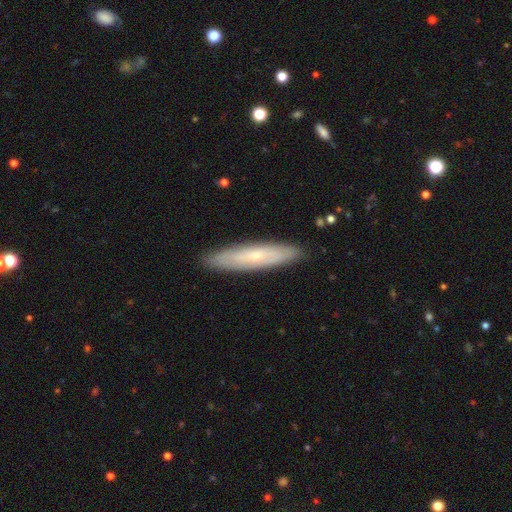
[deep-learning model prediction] The model was most divided on "smooth or featured": smooth: 49%, featured or disk: 45%, star or artifact: 6%. More confident: merging — none (88%).